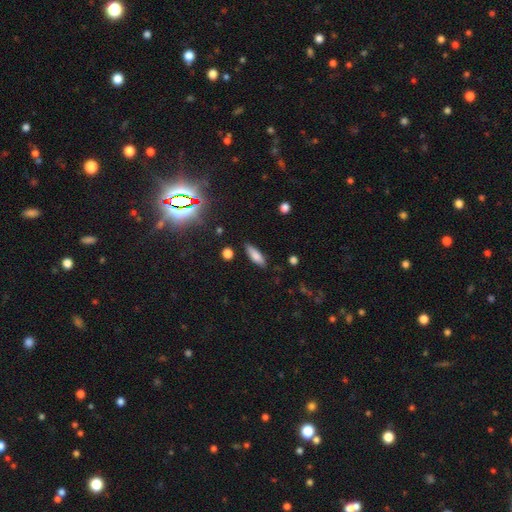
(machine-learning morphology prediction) Smooth or featured? Predicted: smooth (p=0.79). How rounded? Predicted: in between (p=0.53). Merging? Predicted: none (p=0.85).